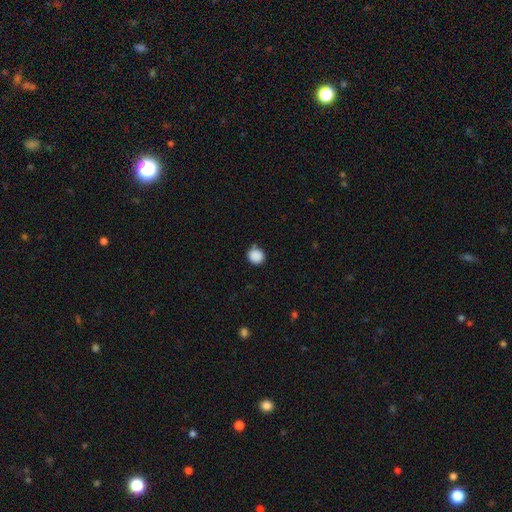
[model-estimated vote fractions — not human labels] Smooth or featured?
  - smooth: 88% *
  - star or artifact: 9%
  - featured or disk: 3%
How rounded?
  - round: 89% *
  - in between: 10%
  - cigar-shaped: 1%
Merging?
  - none: 81% *
  - minor disturbance: 12%
  - merger: 4%
  - major disturbance: 3%